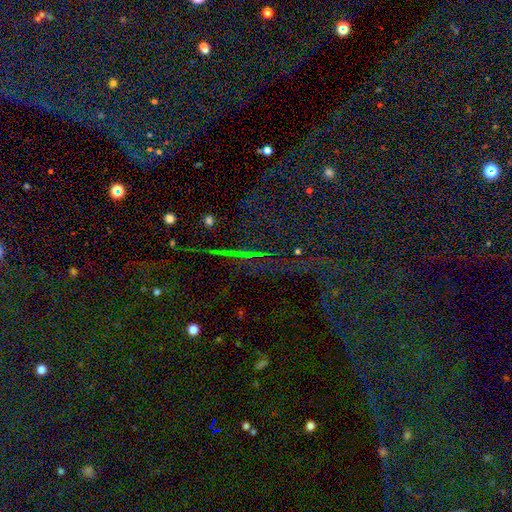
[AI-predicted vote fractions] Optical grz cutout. It shows a star or artifact, not a galaxy (67%).